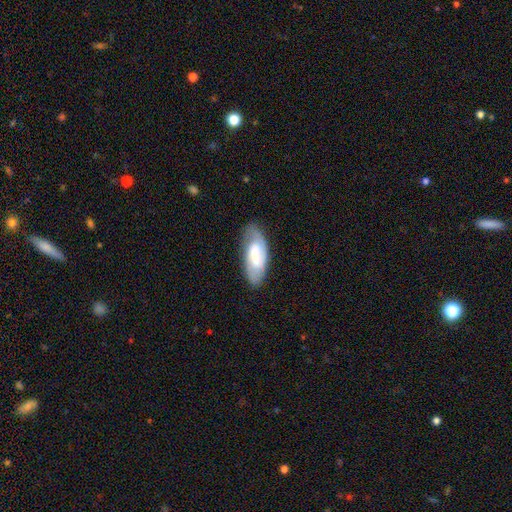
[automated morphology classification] Smooth or featured: smooth — 50% (featured or disk — 43%)
How rounded: in between — 82% (cigar-shaped — 15%)
Merging: none — 69% (minor disturbance — 22%)